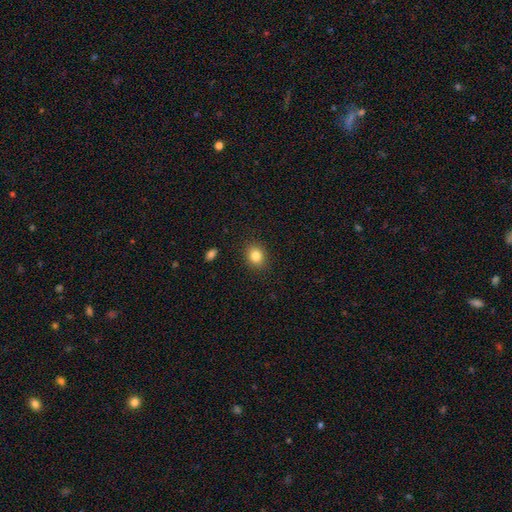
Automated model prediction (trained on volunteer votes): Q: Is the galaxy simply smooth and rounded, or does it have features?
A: smooth — 84%.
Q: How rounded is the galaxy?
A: round — 54%.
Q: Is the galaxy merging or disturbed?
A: none — 88%.